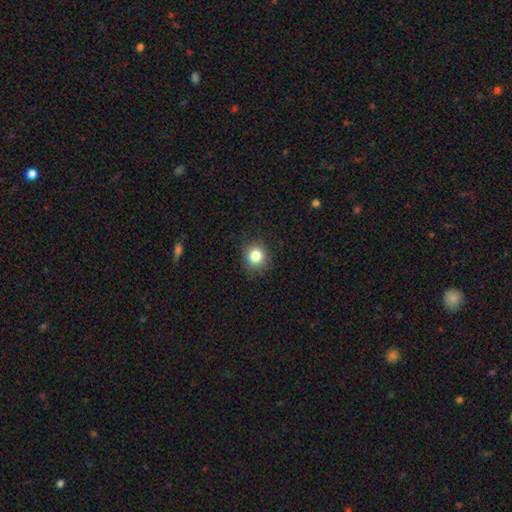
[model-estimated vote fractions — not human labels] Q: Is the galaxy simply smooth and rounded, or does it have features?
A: smooth — 83%.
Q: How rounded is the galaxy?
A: round — 88%.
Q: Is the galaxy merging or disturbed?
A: none — 89%.